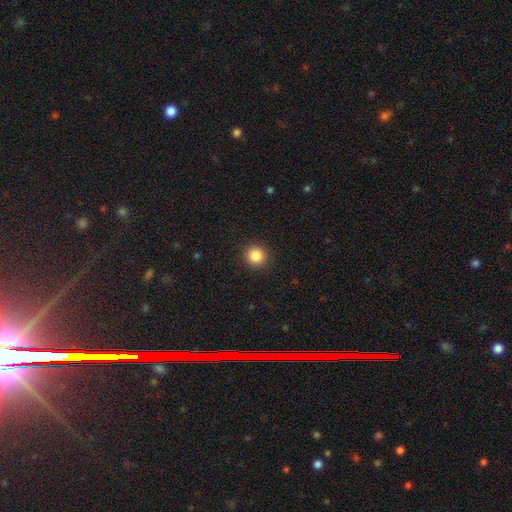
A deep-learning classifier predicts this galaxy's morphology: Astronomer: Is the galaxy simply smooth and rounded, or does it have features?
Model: smooth — 85%.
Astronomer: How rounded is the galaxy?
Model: round — 94%.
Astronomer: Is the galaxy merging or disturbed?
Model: none — 92%.